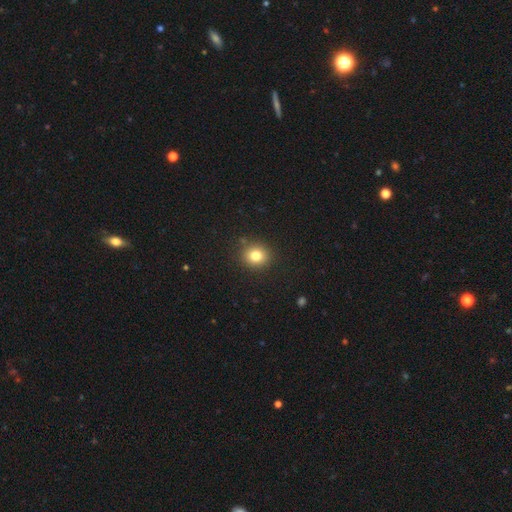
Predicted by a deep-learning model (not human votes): Smooth or featured? Predicted: smooth (p=0.81). How rounded? Predicted: round (p=0.84). Merging? Predicted: none (p=0.88).